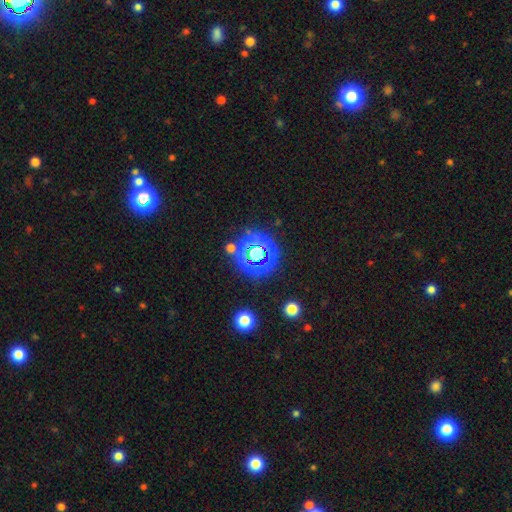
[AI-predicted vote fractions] Smooth or featured?
  - star or artifact: 62% *
  - smooth: 25%
  - featured or disk: 13%